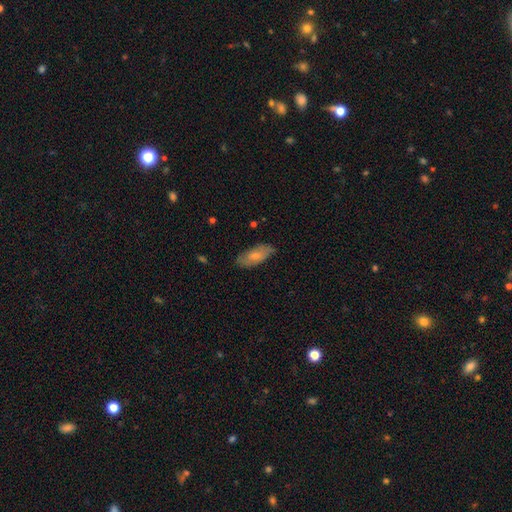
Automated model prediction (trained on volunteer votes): Q: Smooth or featured?
A: smooth (68%); runner-up: featured or disk (26%)
Q: How rounded?
A: in between (85%); runner-up: cigar-shaped (13%)
Q: Merging?
A: none (77%); runner-up: minor disturbance (19%)